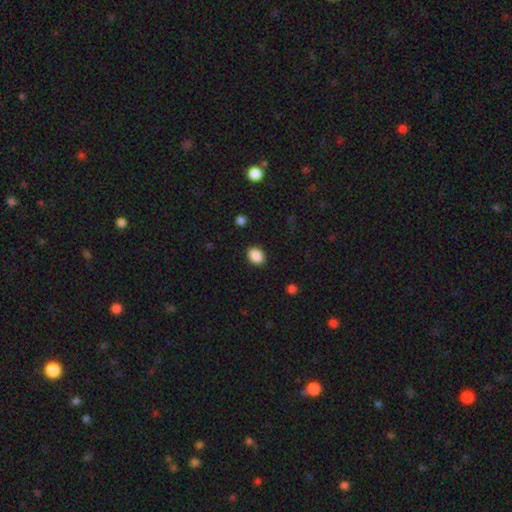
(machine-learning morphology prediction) This is clearly a smooth galaxy (89%). How rounded: likely in between (71%). Merging: clearly none (89%).